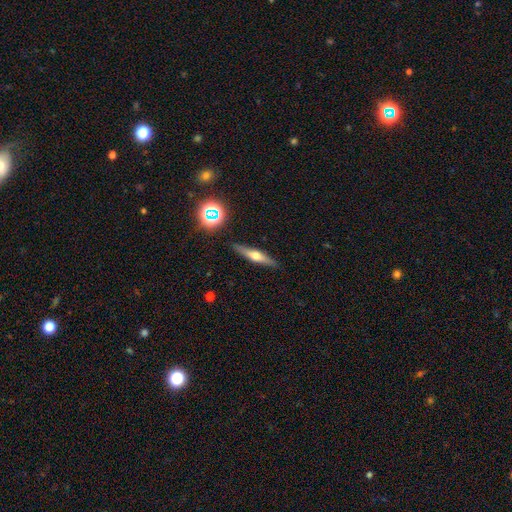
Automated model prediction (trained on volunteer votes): smooth-or-featured: featured or disk: 57% | smooth: 34% | star or artifact: 9%
  disk-edge-on: yes: 95% | no: 5%
    edge-on-bulge: rounded: 90% | none: 5% | boxy: 5%
  merging: none: 89% | minor disturbance: 8% | major disturbance: 2% | merger: 2%